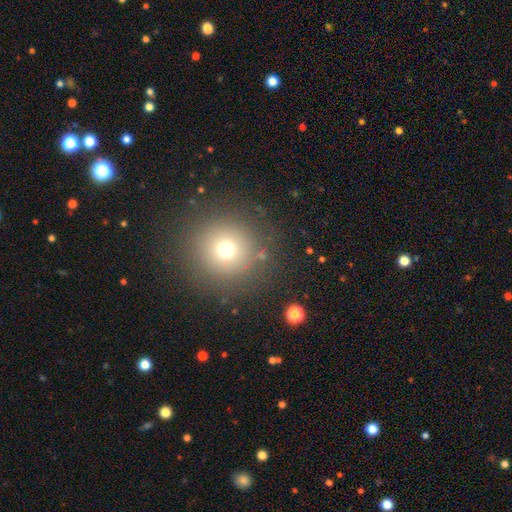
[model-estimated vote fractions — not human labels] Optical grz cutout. It shows a smooth galaxy with no disk features (68%) that is round (95%). Merging: none (88%).